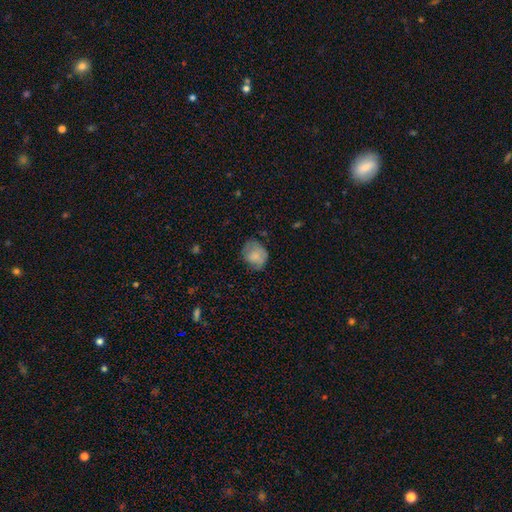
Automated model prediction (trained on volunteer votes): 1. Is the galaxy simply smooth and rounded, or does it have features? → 72% smooth, 20% featured or disk, 8% star or artifact.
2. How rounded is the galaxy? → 61% round, 39% in between, 1% cigar-shaped.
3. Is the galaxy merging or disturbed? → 54% none, 31% minor disturbance, 13% major disturbance, 2% merger.